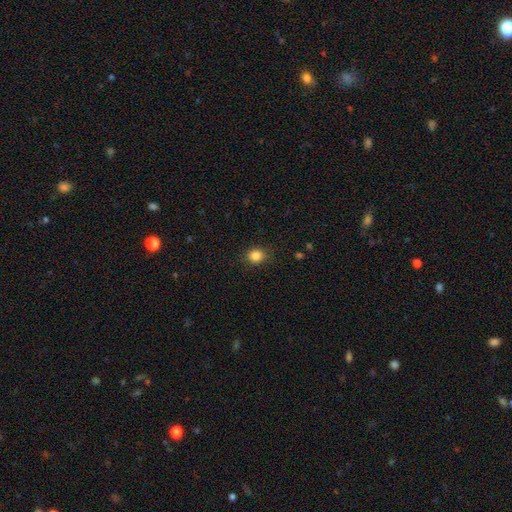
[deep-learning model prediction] smooth 85%, star or artifact 11%, featured or disk 4%. Down the decision tree: how rounded — round (71%); merging — none (86%).